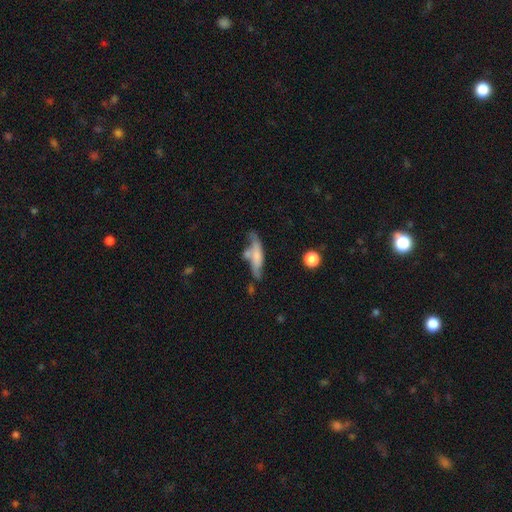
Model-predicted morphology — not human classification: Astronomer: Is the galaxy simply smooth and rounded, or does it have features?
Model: smooth — 52% (runner-up: featured or disk, 41%).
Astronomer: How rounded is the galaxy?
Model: cigar-shaped — 71%.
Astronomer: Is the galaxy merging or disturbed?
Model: none — 43% (runner-up: minor disturbance, 24%).